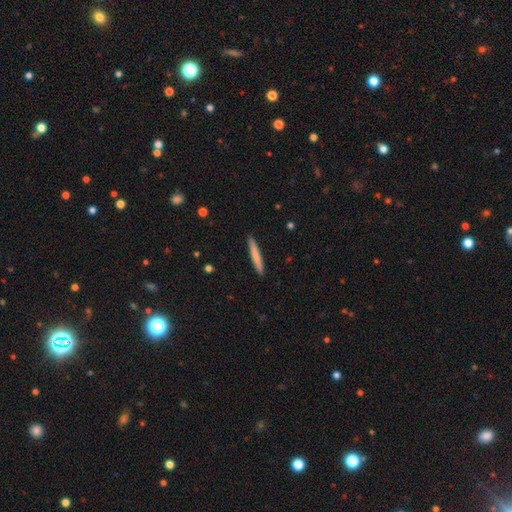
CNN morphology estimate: type=smooth (73%); roundness=cigar-shaped (96%); merging=none (92%).